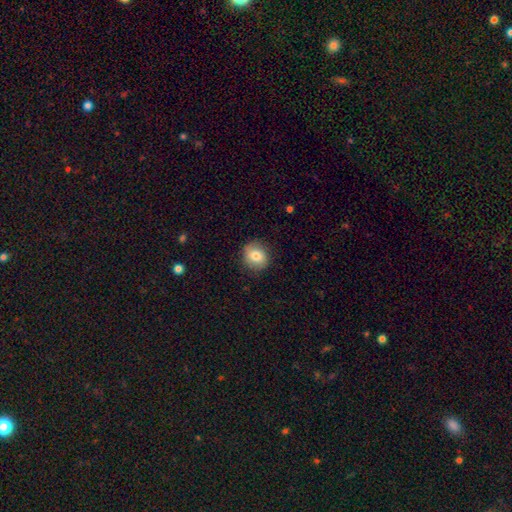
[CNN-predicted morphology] Smooth or featured: smooth — 79% (featured or disk — 13%)
How rounded: round — 80% (in between — 19%)
Merging: none — 86% (minor disturbance — 10%)